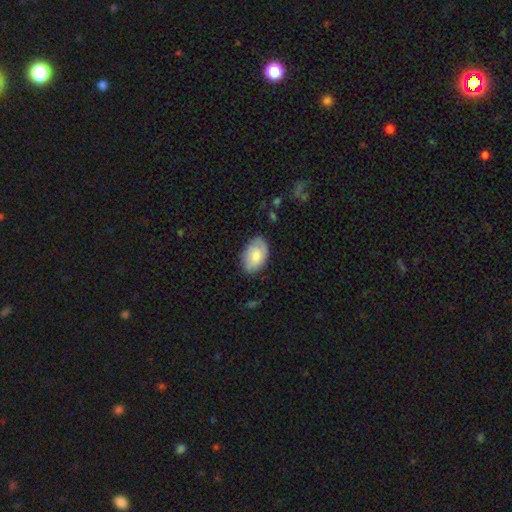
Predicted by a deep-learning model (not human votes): This appears to be a smooth galaxy with no disk features (80%) that is in between round and cigar-shaped (92%). Merging: none (80%).